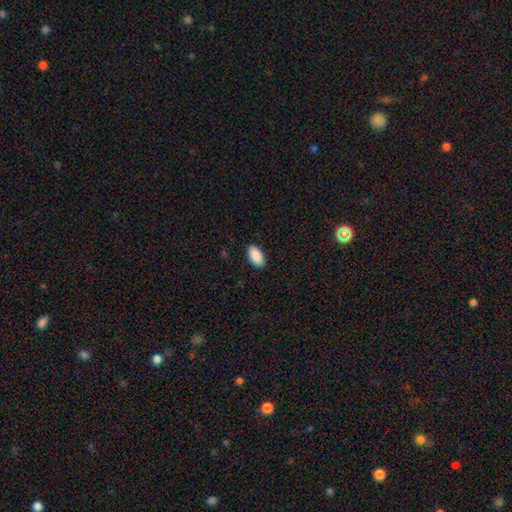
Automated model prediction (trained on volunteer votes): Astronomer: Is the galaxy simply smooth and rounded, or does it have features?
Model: smooth — 90%.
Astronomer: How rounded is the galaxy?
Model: in between — 95%.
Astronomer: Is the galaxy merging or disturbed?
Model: none — 89%.